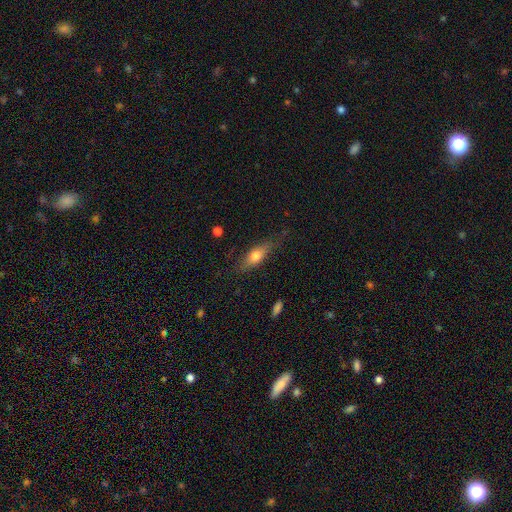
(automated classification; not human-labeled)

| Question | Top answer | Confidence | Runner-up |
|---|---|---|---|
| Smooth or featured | smooth | 61% | featured or disk (32%) |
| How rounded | in between | 53% | cigar-shaped (42%) |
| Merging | none | 70% | minor disturbance (21%) |